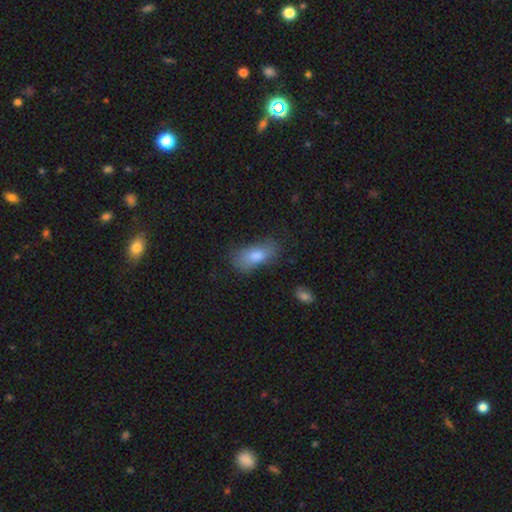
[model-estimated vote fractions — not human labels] Smooth or featured? Predicted: smooth (p=0.77). How rounded? Predicted: in between (p=0.85). Merging? Predicted: none (p=0.61).